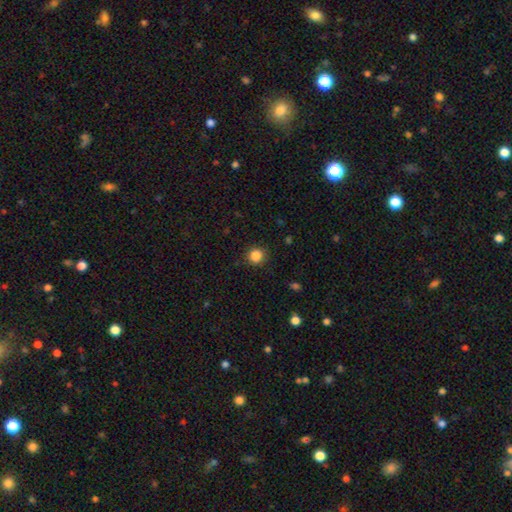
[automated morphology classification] Overall: smooth (85%). How rounded: round (90%). Merging: none (88%).